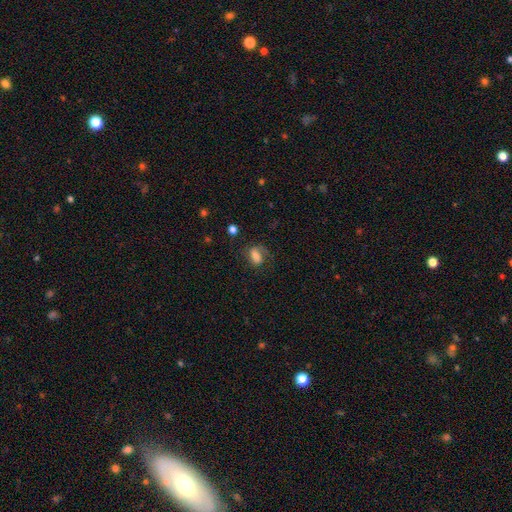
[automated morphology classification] Q: Smooth or featured?
A: smooth (53%); runner-up: featured or disk (37%)
Q: How rounded?
A: in between (79%); runner-up: round (18%)
Q: Merging?
A: none (55%); runner-up: minor disturbance (22%)